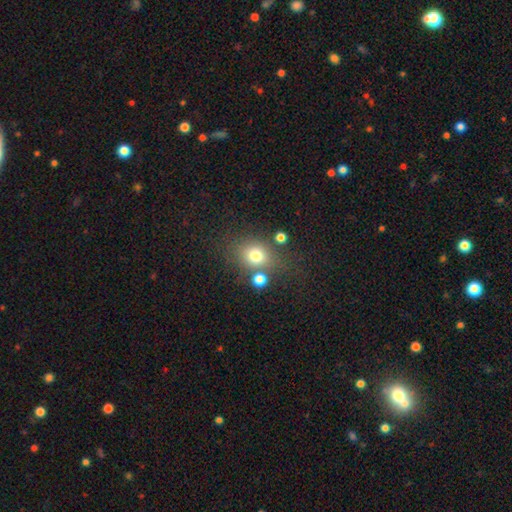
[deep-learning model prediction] This is likely a smooth galaxy (74%). How rounded: likely round (67%). Merging: likely none (65%).